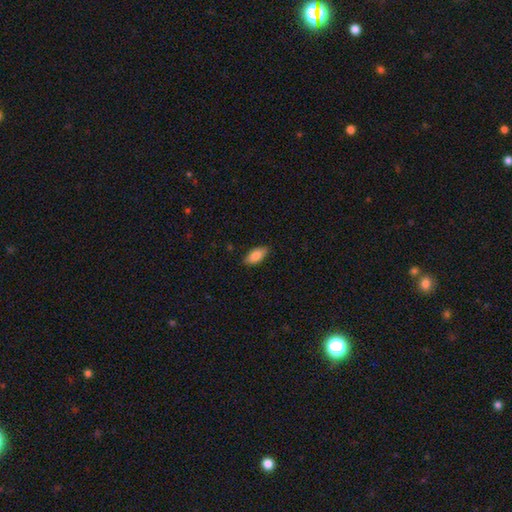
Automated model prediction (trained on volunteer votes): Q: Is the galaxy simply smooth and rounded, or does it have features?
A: smooth — 85%.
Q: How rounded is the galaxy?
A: in between — 90%.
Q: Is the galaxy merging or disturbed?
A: none — 85%.